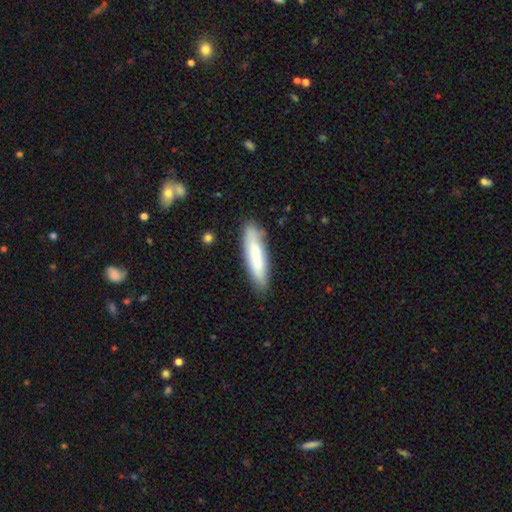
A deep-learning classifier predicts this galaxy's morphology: This is likely a smooth galaxy (72%). How rounded: likely cigar-shaped (76%). Merging: clearly none (81%).